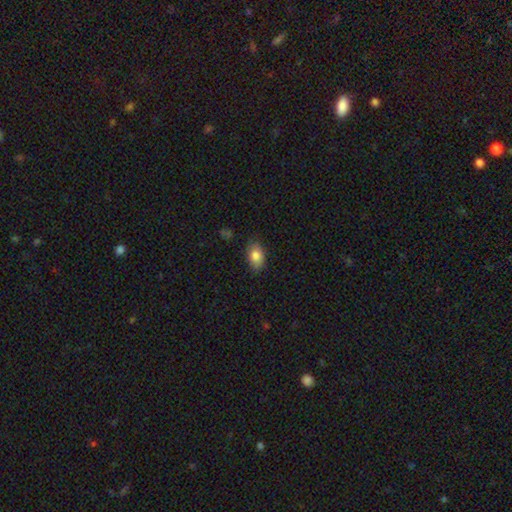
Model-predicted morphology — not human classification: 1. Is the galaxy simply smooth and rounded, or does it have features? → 81% smooth, 11% featured or disk, 8% star or artifact.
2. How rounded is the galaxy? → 85% in between, 13% round, 2% cigar-shaped.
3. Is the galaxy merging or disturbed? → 81% none, 15% minor disturbance, 3% major disturbance, 1% merger.